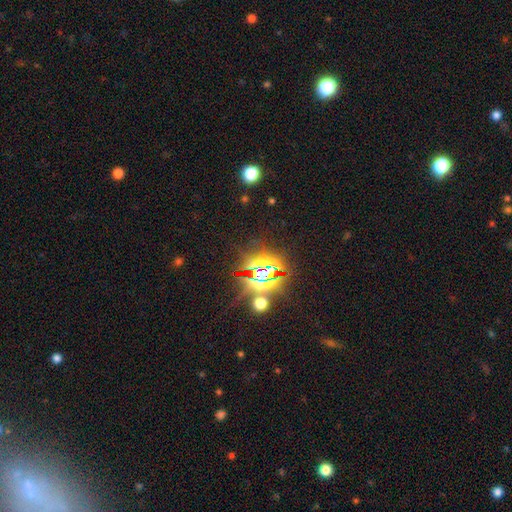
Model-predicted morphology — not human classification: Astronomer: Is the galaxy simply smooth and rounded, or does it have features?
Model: star or artifact — 83%.